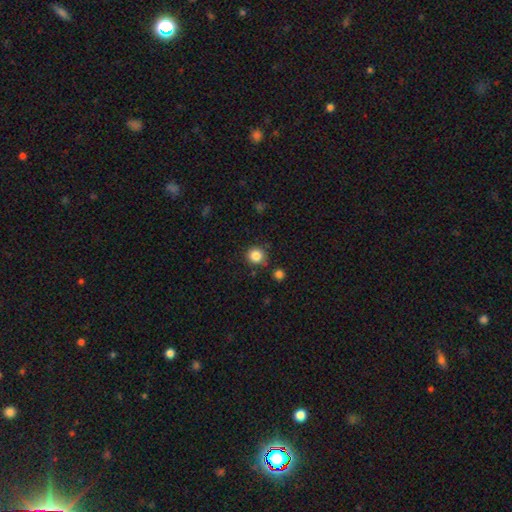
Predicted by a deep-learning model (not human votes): This is clearly a smooth galaxy (85%). How rounded: clearly round (91%). Merging: clearly none (83%).